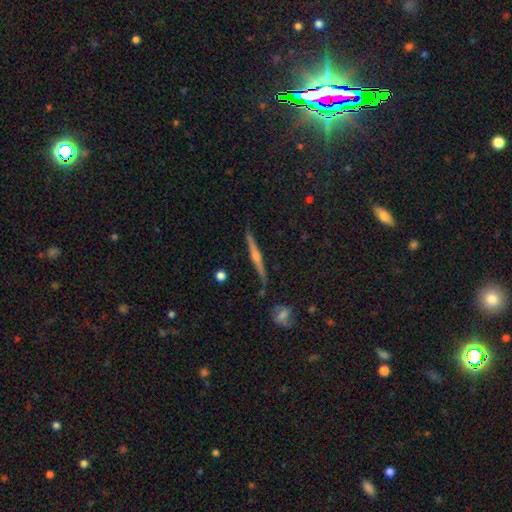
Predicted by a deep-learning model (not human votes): Smooth or featured?
  - featured or disk: 66% *
  - star or artifact: 19%
  - smooth: 15%
Edge-on disk?
  - yes: 94% *
  - no: 6%
Edge-on bulge?
  - rounded: 82% *
  - none: 11%
  - boxy: 7%
Merging?
  - none: 83% *
  - minor disturbance: 11%
  - merger: 3%
  - major disturbance: 3%